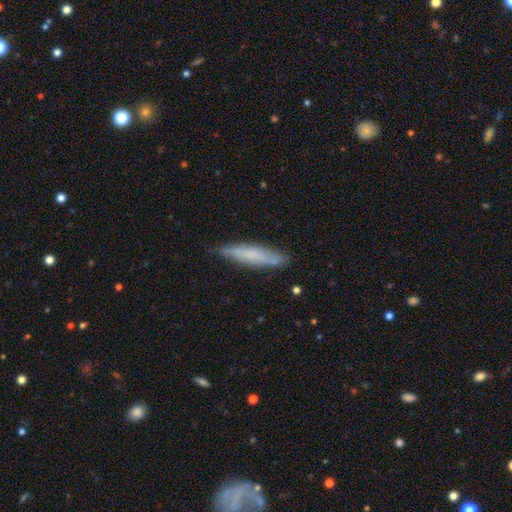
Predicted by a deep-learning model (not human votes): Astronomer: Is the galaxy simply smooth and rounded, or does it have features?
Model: smooth — 63%.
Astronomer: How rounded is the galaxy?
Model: cigar-shaped — 88%.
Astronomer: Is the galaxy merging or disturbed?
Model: none — 86%.